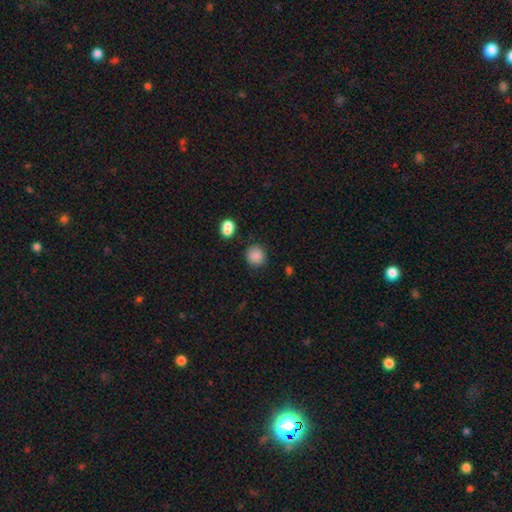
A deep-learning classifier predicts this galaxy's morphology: smooth-or-featured: smooth: 86% | star or artifact: 10% | featured or disk: 4%
  how-rounded: round: 88% | in between: 11% | cigar-shaped: 1%
  merging: none: 85% | minor disturbance: 9% | merger: 4% | major disturbance: 3%